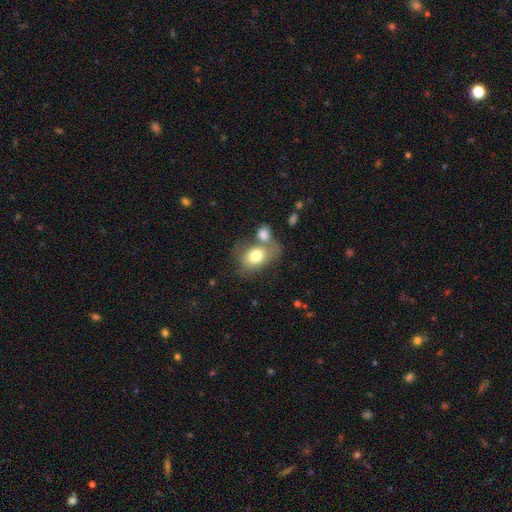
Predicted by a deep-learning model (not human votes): A smooth galaxy with no disk features (75%) that is in between round and cigar-shaped (67%).

Vote fractions:
- Smooth or featured? smooth: 75% / featured or disk: 17% / star or artifact: 8%
- How rounded? in between: 67% / round: 32% / cigar-shaped: 1%
- Merging? merger: 40% / none: 37% / minor disturbance: 15% / major disturbance: 9%